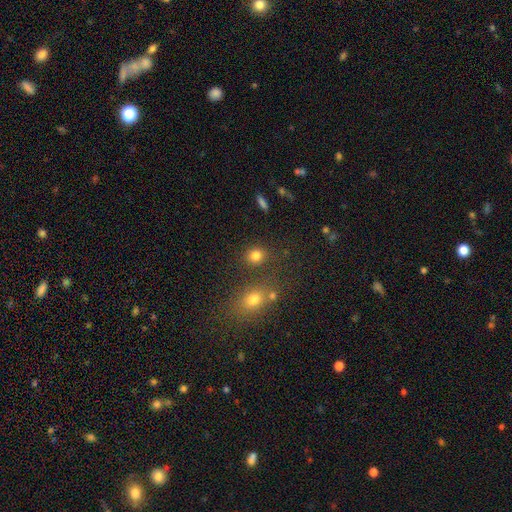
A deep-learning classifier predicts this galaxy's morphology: This is clearly a smooth galaxy (81%). How rounded: likely round (76%). Merging: likely none (77%).